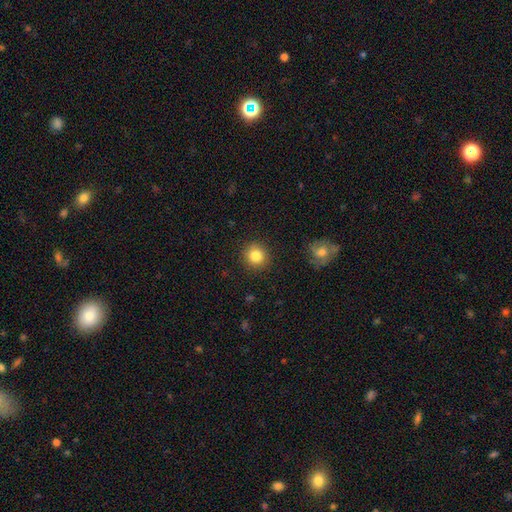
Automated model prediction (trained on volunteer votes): smooth 84%, star or artifact 10%, featured or disk 7%. Down the decision tree: how rounded — round (90%); merging — none (89%).